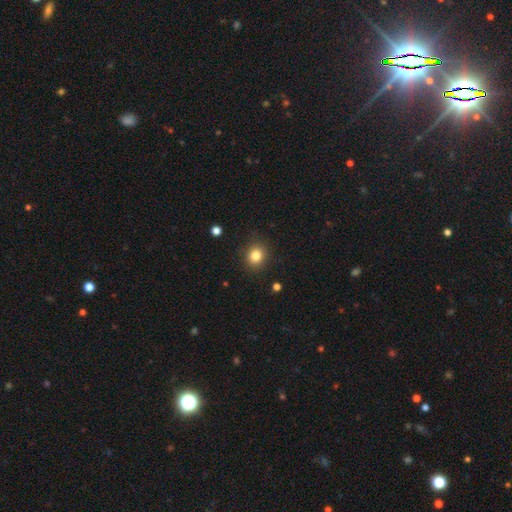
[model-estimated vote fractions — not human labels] Smooth or featured? Predicted: smooth (p=0.83). How rounded? Predicted: round (p=0.78). Merging? Predicted: none (p=0.88).